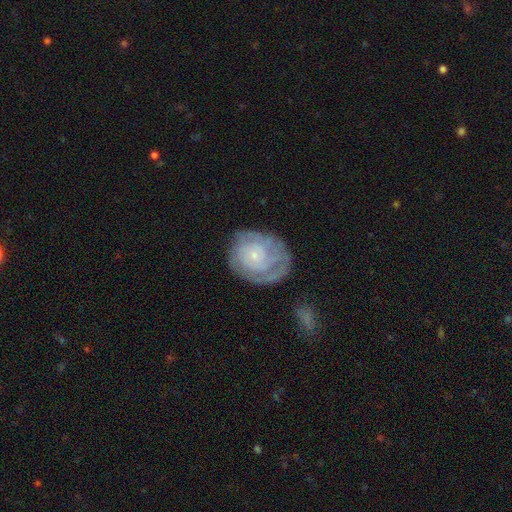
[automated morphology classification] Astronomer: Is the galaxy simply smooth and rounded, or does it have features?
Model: featured or disk — 69%.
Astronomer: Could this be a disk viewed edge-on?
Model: no — 97%.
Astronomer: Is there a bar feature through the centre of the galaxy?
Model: no — 82%.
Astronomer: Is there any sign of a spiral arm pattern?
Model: yes — 83%.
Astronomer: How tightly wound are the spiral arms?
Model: tight — 72%.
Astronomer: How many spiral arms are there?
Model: can't tell — 51%.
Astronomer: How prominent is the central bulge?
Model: small — 82%.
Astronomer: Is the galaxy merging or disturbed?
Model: none — 66%.